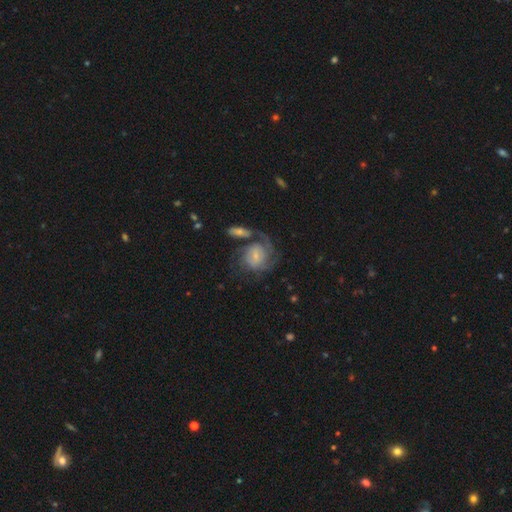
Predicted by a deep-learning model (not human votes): smooth-or-featured: featured or disk: 73% | smooth: 20% | star or artifact: 7%
  disk-edge-on: no: 97% | yes: 3%
    bar: weak: 45% | no: 44% | strong: 10%
    has-spiral-arms: yes: 89% | no: 11%
      spiral-winding: tight: 43% | medium: 40% | loose: 17%
      spiral-arm-count: can't tell: 31% (tied) | 2: 31% (tied) | 3: 14% | 1: 14% | 4: 5% | more than 4: 4%
    bulge-size: small: 56% | moderate: 24% | none: 12% | large: 6% | dominant: 2%
  merging: none: 40% | major disturbance: 24% | merger: 20% | minor disturbance: 17%